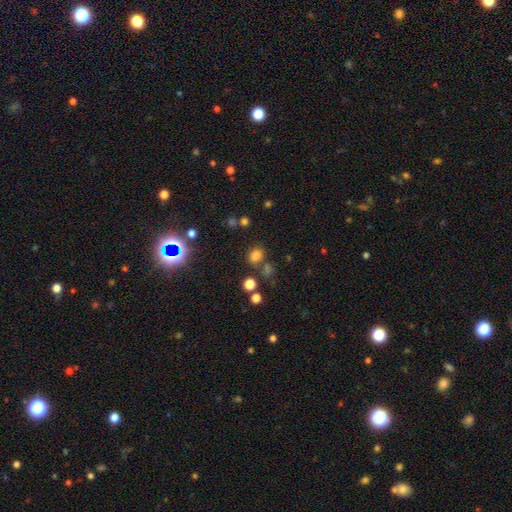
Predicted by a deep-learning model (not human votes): This is likely a smooth galaxy (73%). How rounded: possibly in between (54%). Merging: likely none (71%).